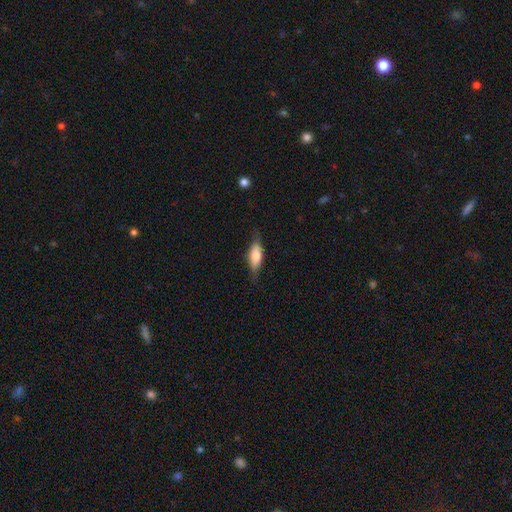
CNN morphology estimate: Smooth or featured? smooth (69%)
How rounded? in between (67%)
Merging? none (72%)